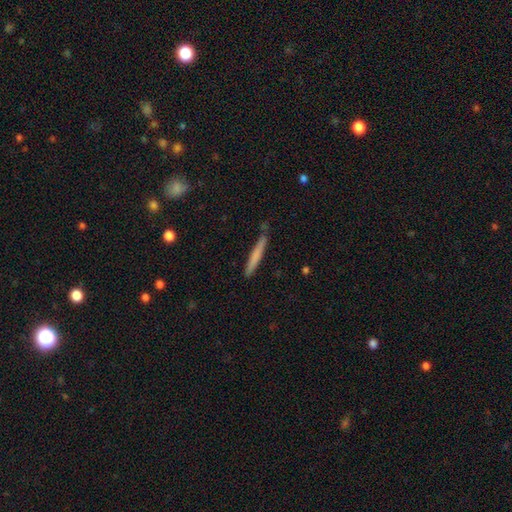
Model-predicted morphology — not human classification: type=smooth (68%); roundness=cigar-shaped (96%); merging=none (83%).